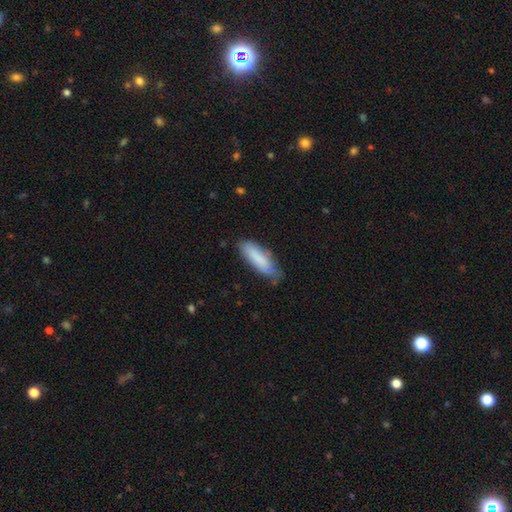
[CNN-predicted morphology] smooth-or-featured: smooth: 82% | featured or disk: 12% | star or artifact: 6%
  how-rounded: cigar-shaped: 52% | in between: 46% | round: 1%
  merging: none: 69% | minor disturbance: 25% | major disturbance: 5% | merger: 2%